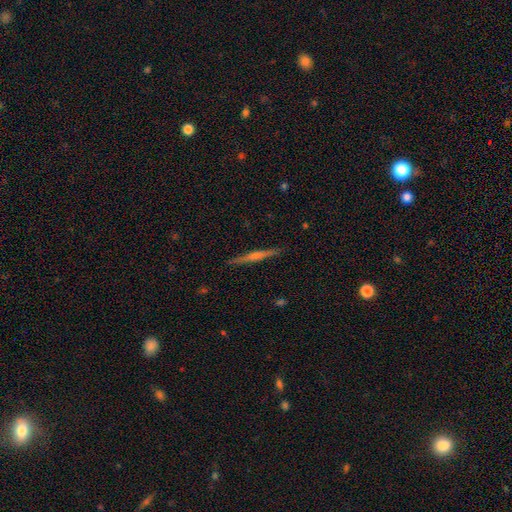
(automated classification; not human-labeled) This appears to be a featured or disk galaxy (67%) viewed edge-on (98%) with a rounded central bulge (59%). Merging: none (91%).